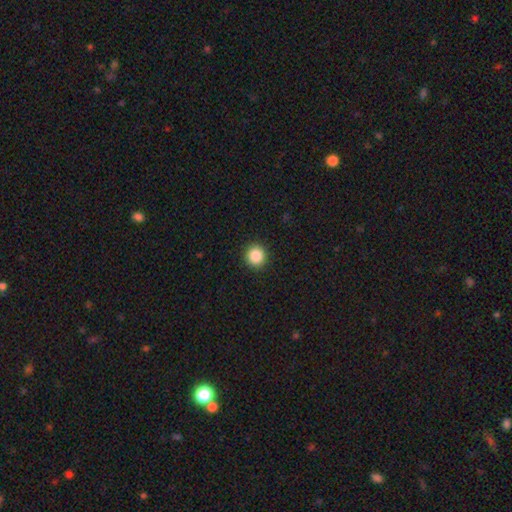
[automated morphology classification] Smooth or featured: smooth — 87% (star or artifact — 10%)
How rounded: round — 92% (in between — 7%)
Merging: none — 93% (minor disturbance — 5%)